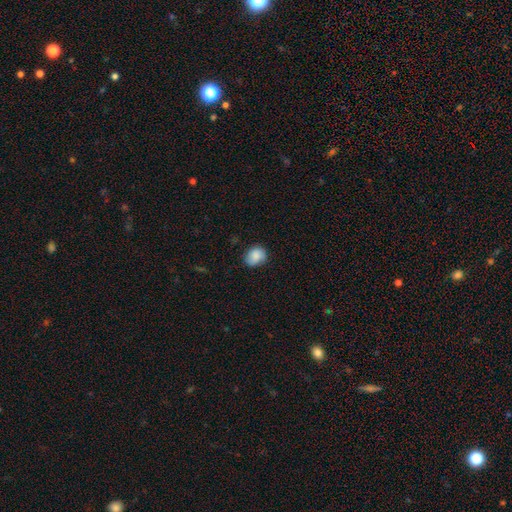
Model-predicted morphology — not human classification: smooth 84%, featured or disk 8%, star or artifact 8%. Down the decision tree: how rounded — round (60%); merging — none (71%).